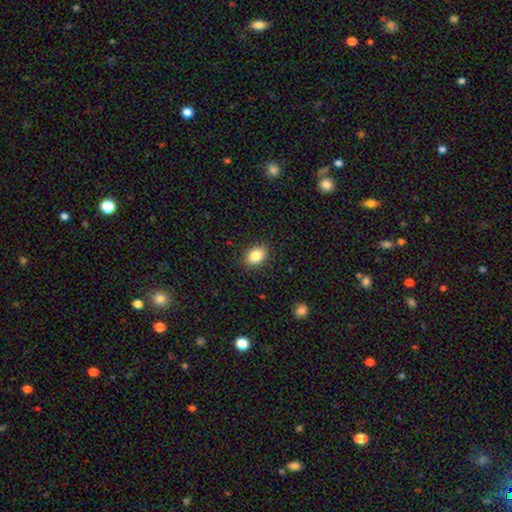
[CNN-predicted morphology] This appears to be a smooth galaxy with no disk features (85%) that is in between round and cigar-shaped (71%). Merging: none (88%).